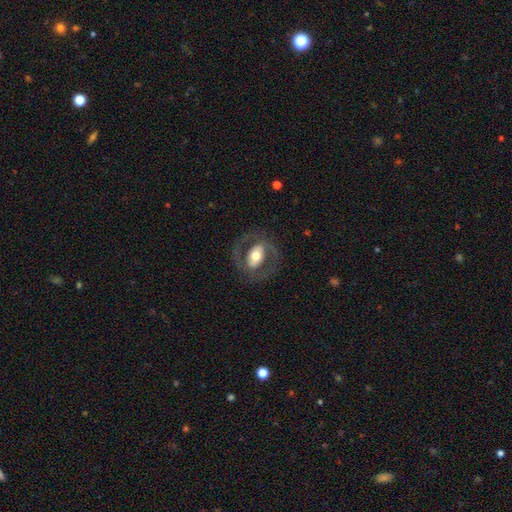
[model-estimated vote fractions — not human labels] This appears to be a featured or disk galaxy (66%) with no bar (37%), spiral arms (57%) and a moderate central bulge (62%). Merging: none (76%).